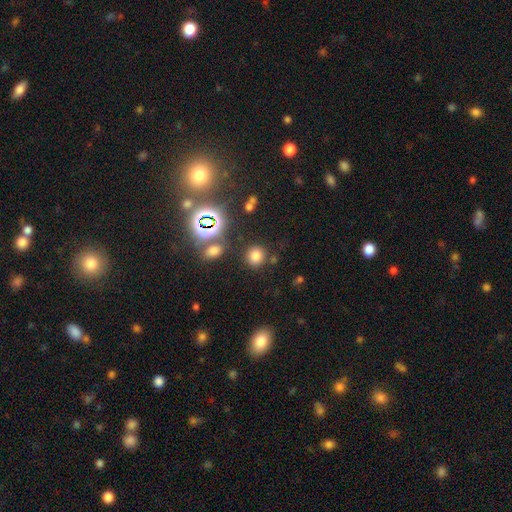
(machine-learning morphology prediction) Q: Smooth or featured?
A: smooth (72%); runner-up: star or artifact (21%)
Q: How rounded?
A: round (83%); runner-up: in between (16%)
Q: Merging?
A: none (82%); runner-up: minor disturbance (8%)